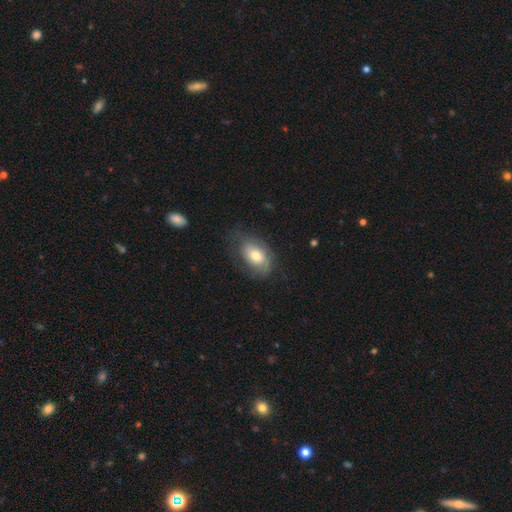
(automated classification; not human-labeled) A smooth galaxy with no disk features (62%) that is in between round and cigar-shaped (88%).

Vote fractions:
- Smooth or featured? smooth: 62% / featured or disk: 31% / star or artifact: 7%
- How rounded? in between: 88% / round: 11% / cigar-shaped: 2%
- Merging? none: 61% / minor disturbance: 24% / major disturbance: 13% / merger: 1%